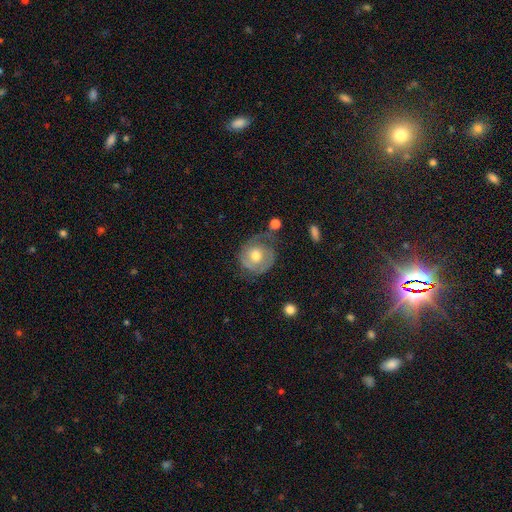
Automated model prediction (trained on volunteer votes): A featured or disk galaxy (64%) with no bar (73%), 2 (49%) tight (55%) spiral arms (83%) and a moderate central bulge (75%). Merging: none (50%).